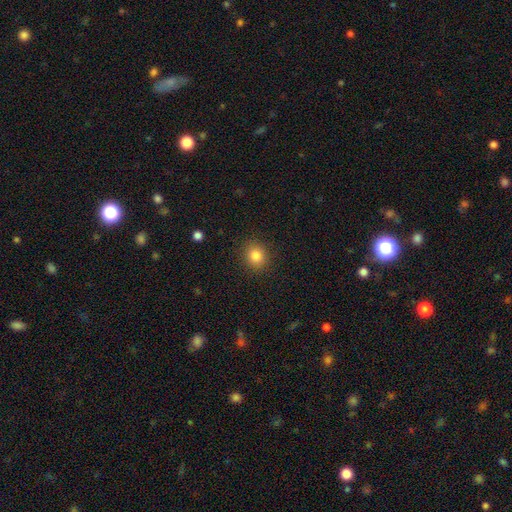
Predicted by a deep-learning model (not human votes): smooth 83%, star or artifact 11%, featured or disk 6%. Down the decision tree: how rounded — round (81%); merging — none (90%).